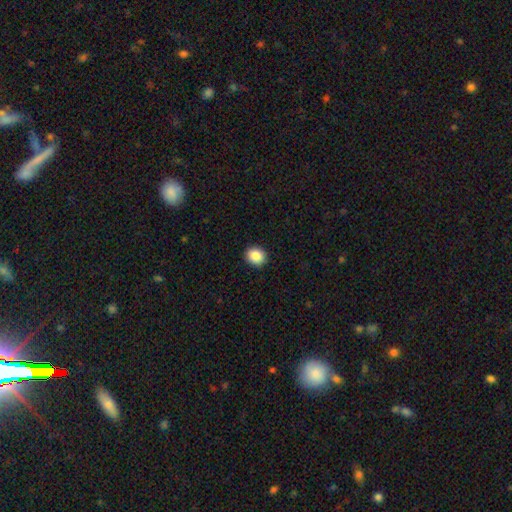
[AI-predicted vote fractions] Smooth or featured? smooth (88%)
How rounded? round (68%)
Merging? none (92%)